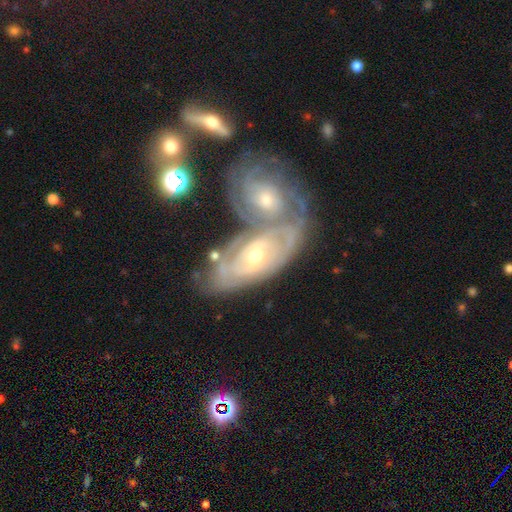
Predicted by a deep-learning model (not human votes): The model was most divided on "bulge size": small: 51%, moderate: 45%, large: 2%, none: 1%, dominant: 1%. More confident: edge-on disk — no (90%); spiral arms — yes (87%); smooth or featured — featured or disk (80%); spiral winding — tight (75%); bar — no (66%); spiral arm count — can't tell (57%); merging — merger (50%).